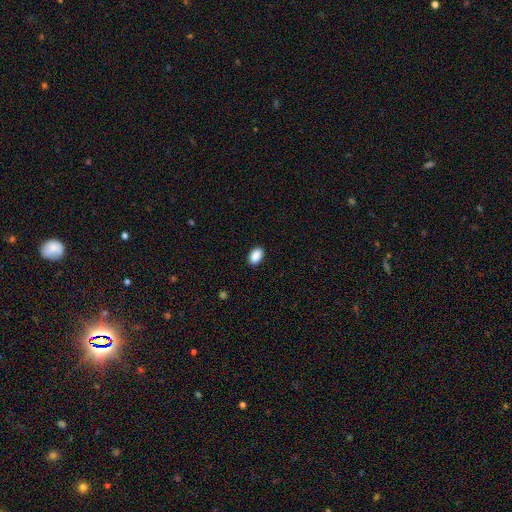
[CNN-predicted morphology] Smooth or featured? Predicted: smooth (p=0.91). How rounded? Predicted: in between (p=0.90). Merging? Predicted: none (p=0.90).